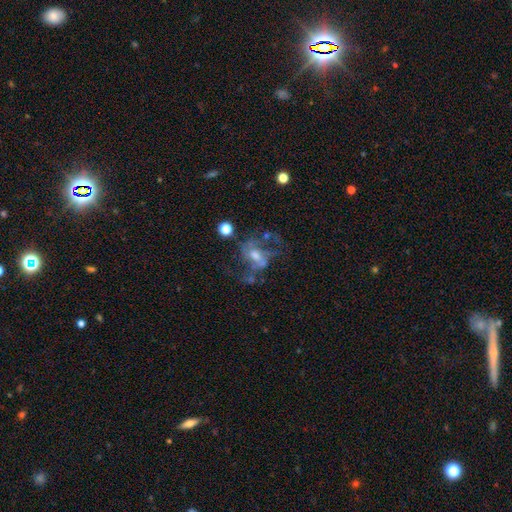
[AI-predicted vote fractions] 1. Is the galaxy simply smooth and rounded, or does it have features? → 70% featured or disk, 16% smooth, 14% star or artifact.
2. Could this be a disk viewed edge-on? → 97% no, 3% yes.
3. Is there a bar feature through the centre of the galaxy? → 49% no, 39% weak, 12% strong.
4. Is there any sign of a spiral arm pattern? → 71% yes, 29% no.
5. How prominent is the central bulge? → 53% moderate, 32% small, 7% none, 6% large, 1% dominant.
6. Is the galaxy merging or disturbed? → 44% none, 30% major disturbance, 16% minor disturbance, 10% merger.